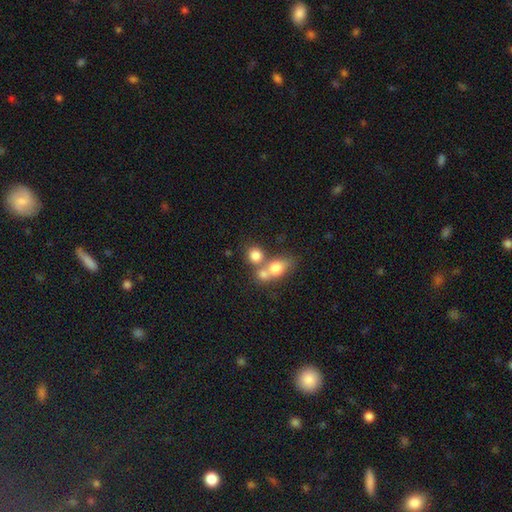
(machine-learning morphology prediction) smooth 75%, featured or disk 13%, star or artifact 12%. Down the decision tree: how rounded — round (76%); merging — merger (47%).